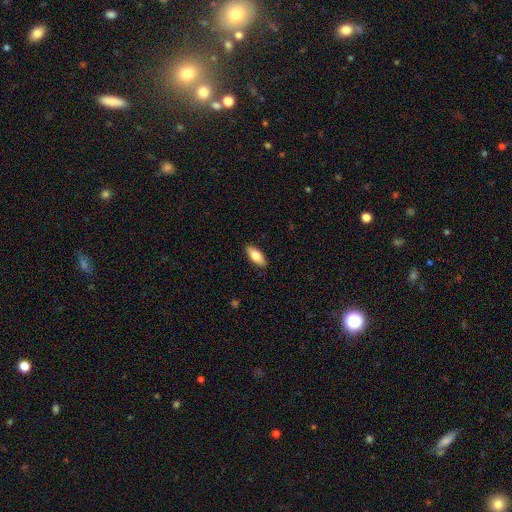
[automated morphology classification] A smooth galaxy with no disk features (77%) that is in between round and cigar-shaped (81%).

Vote fractions:
- Smooth or featured? smooth: 77% / featured or disk: 17% / star or artifact: 6%
- How rounded? in between: 81% / cigar-shaped: 17% / round: 2%
- Merging? none: 89% / minor disturbance: 8% / major disturbance: 2% / merger: 1%